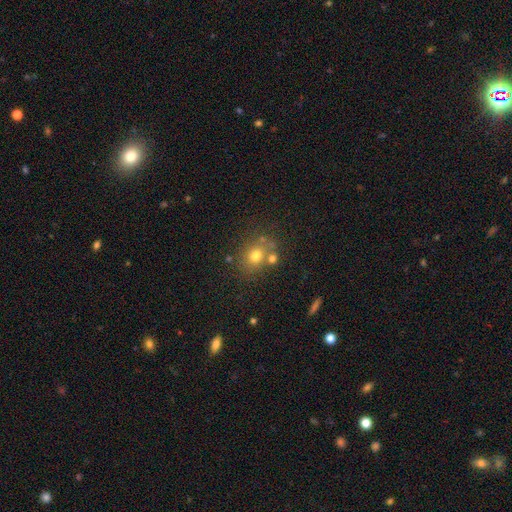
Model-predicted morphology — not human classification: Smooth or featured: smooth — 70% (star or artifact — 15%)
How rounded: round — 64% (in between — 36%)
Merging: none — 64% (merger — 18%)